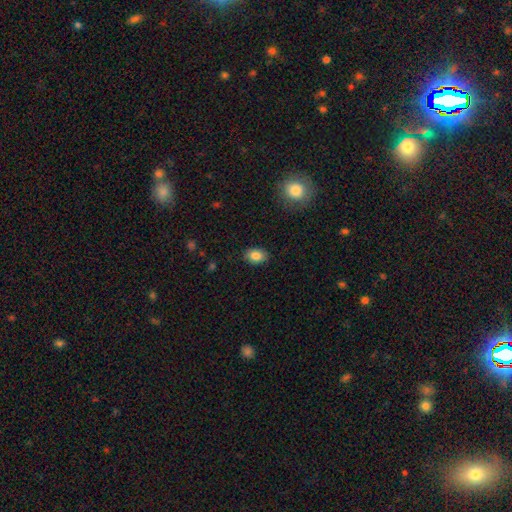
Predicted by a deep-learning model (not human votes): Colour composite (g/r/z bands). It shows a smooth galaxy with no disk features (85%) that is in between round and cigar-shaped (74%). Merging: none (87%).